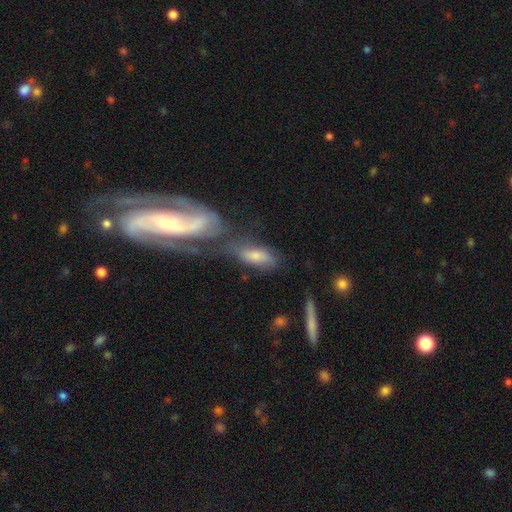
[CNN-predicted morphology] The model was most divided on "merging": merger: 39%, none: 31%, minor disturbance: 16%, major disturbance: 13%. More confident: how rounded — in between (74%); smooth or featured — smooth (60%).